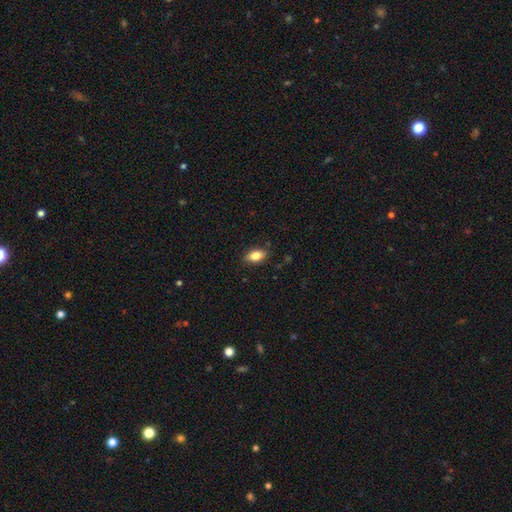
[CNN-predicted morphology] The model was most divided on "smooth or featured": smooth: 81%, featured or disk: 11%, star or artifact: 8%. More confident: how rounded — in between (88%); merging — none (85%).